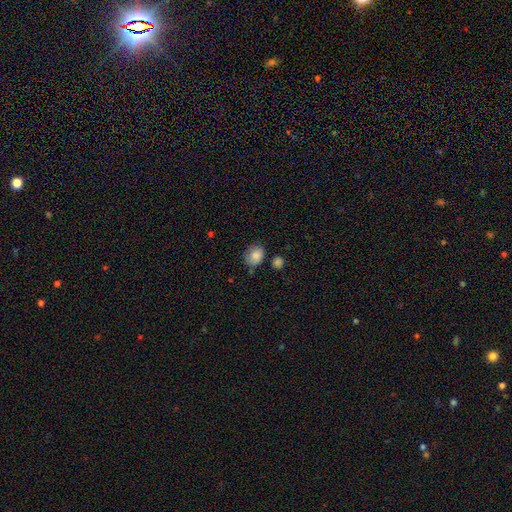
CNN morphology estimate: Smooth or featured? smooth (86%)
How rounded? in between (56%)
Merging? none (65%)